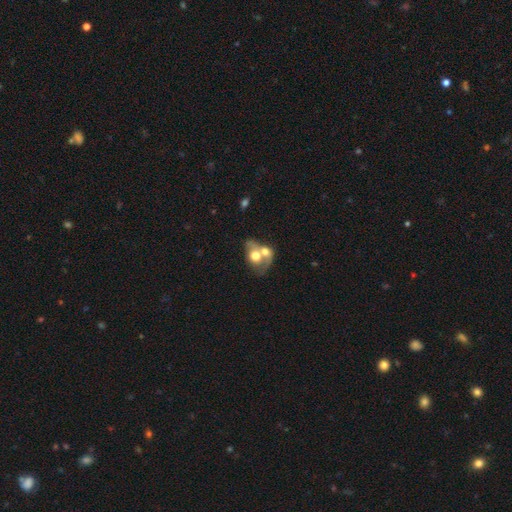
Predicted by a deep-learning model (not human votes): smooth_or_featured: smooth (p=0.53) [alt: featured or disk p=0.39]
how_rounded: in between (p=0.55) [alt: round p=0.43]
merging: merger (p=0.71) [alt: none p=0.13]